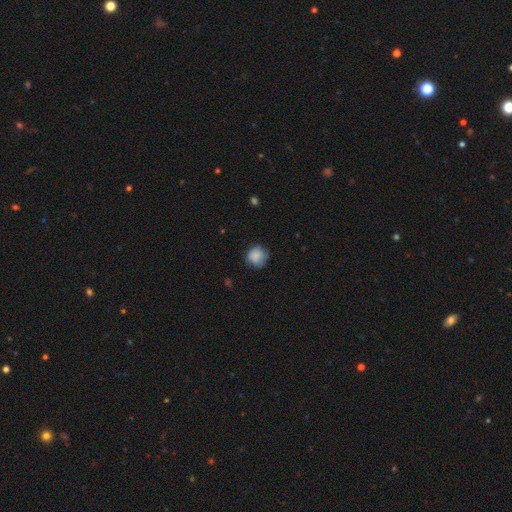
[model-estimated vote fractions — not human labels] smooth 82%, featured or disk 10%, star or artifact 8%. Down the decision tree: how rounded — round (86%); merging — none (64%).